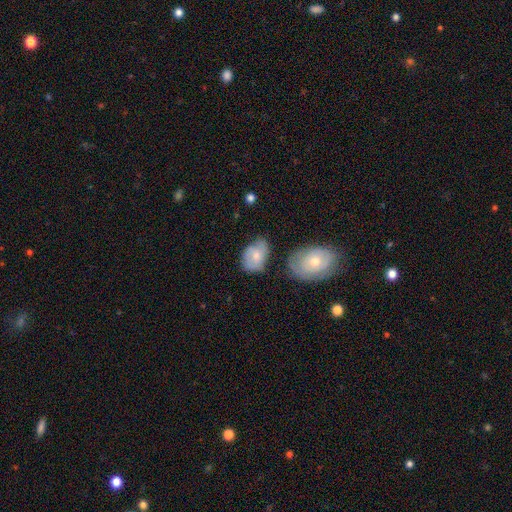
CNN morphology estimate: The model was most divided on "smooth or featured": smooth: 56%, featured or disk: 37%, star or artifact: 7%. More confident: how rounded — in between (76%); merging — none (50%).